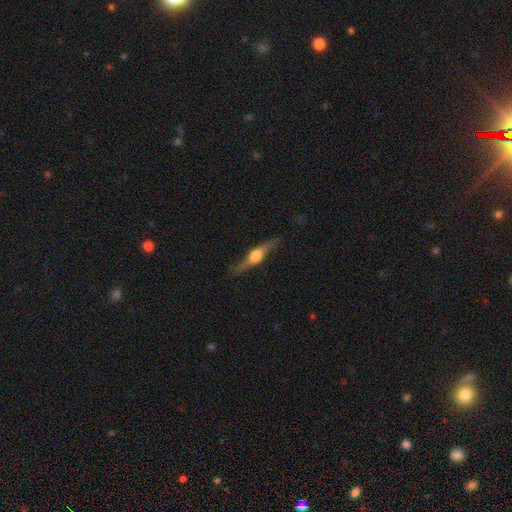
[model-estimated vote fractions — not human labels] This appears to be a featured or disk galaxy (72%) viewed edge-on (89%) with a rounded central bulge (92%). Merging: none (79%).